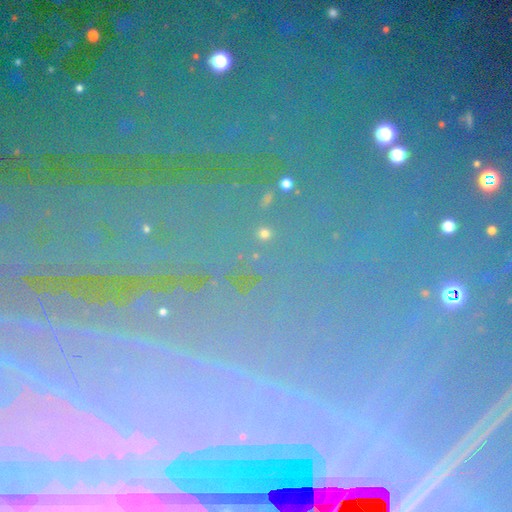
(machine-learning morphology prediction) Smooth or featured? star or artifact (71%)